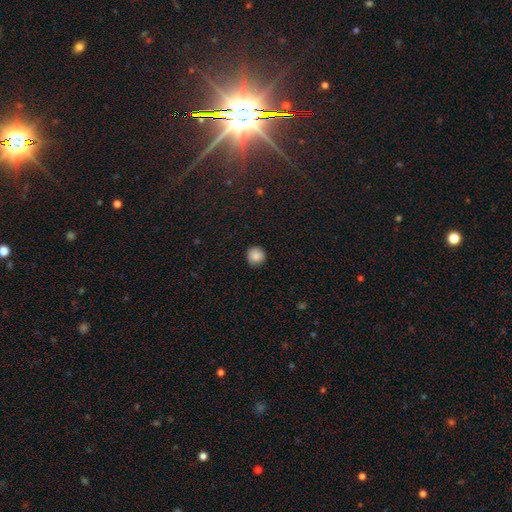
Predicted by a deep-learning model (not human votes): A smooth galaxy with no disk features (87%) that is round (94%).

Vote fractions:
- Smooth or featured? smooth: 87% / star or artifact: 10% / featured or disk: 4%
- How rounded? round: 94% / in between: 5% / cigar-shaped: 1%
- Merging? none: 88% / minor disturbance: 9% / major disturbance: 2% / merger: 1%